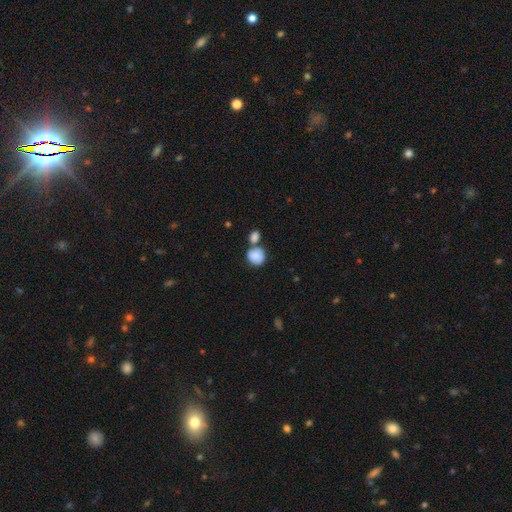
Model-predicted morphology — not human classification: Q: Smooth or featured?
A: smooth (83%); runner-up: featured or disk (10%)
Q: How rounded?
A: round (79%); runner-up: in between (20%)
Q: Merging?
A: none (44%); runner-up: merger (38%)